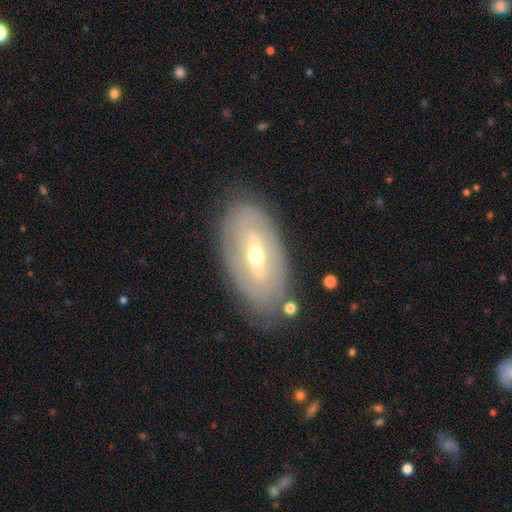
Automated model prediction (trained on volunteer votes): Q: Smooth or featured?
A: featured or disk (69%); runner-up: smooth (25%)
Q: Edge-on disk?
A: no (88%); runner-up: yes (12%)
Q: Bar?
A: weak (41%); runner-up: no (31%)
Q: Spiral arms?
A: no (53%); runner-up: yes (47%)
Q: Bulge size?
A: moderate (55%); runner-up: small (41%)
Q: Merging?
A: none (82%); runner-up: minor disturbance (12%)